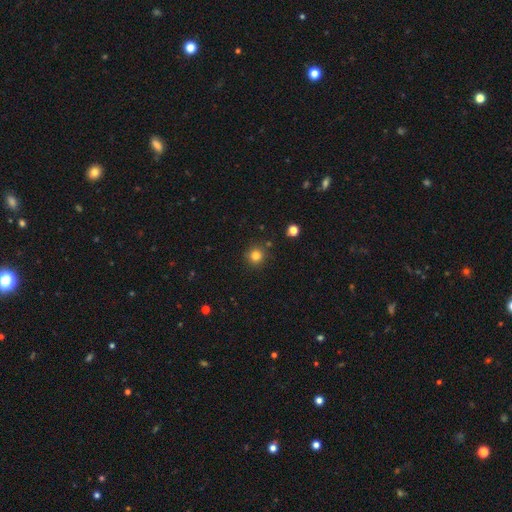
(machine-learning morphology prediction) smooth_or_featured: smooth (p=0.81) [alt: star or artifact p=0.14]
how_rounded: round (p=0.93) [alt: in between p=0.06]
merging: none (p=0.87) [alt: minor disturbance p=0.07]